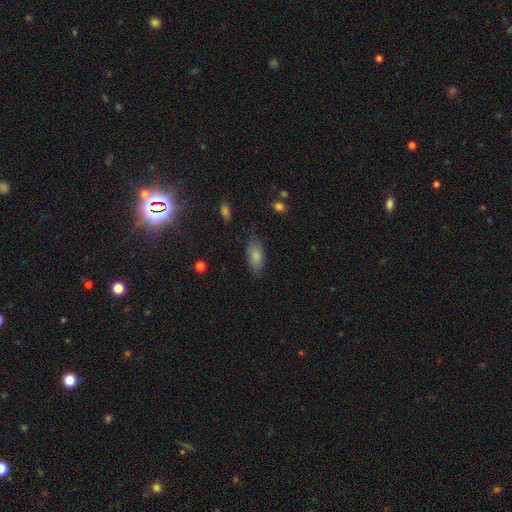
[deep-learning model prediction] smooth_or_featured: smooth (p=0.83) [alt: featured or disk p=0.10]
how_rounded: in between (p=0.89) [alt: cigar-shaped p=0.08]
merging: none (p=0.75) [alt: minor disturbance p=0.19]